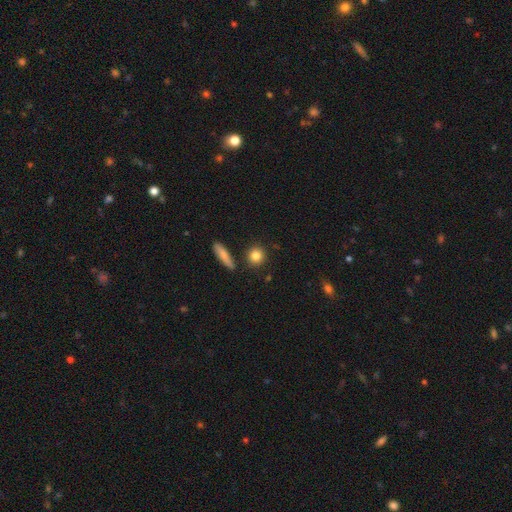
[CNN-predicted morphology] This appears to be a smooth galaxy with no disk features (83%) that is round (80%). Merging: none (83%).